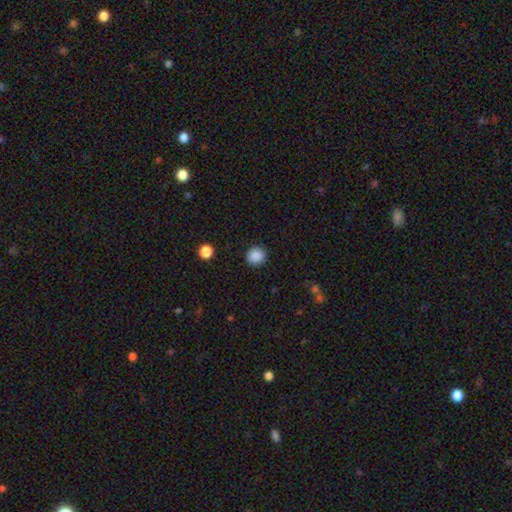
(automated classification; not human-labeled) A smooth galaxy with no disk features (88%) that is round (87%).

Vote fractions:
- Smooth or featured? smooth: 88% / star or artifact: 10% / featured or disk: 3%
- How rounded? round: 87% / in between: 12% / cigar-shaped: 1%
- Merging? none: 89% / minor disturbance: 7% / major disturbance: 2% / merger: 1%